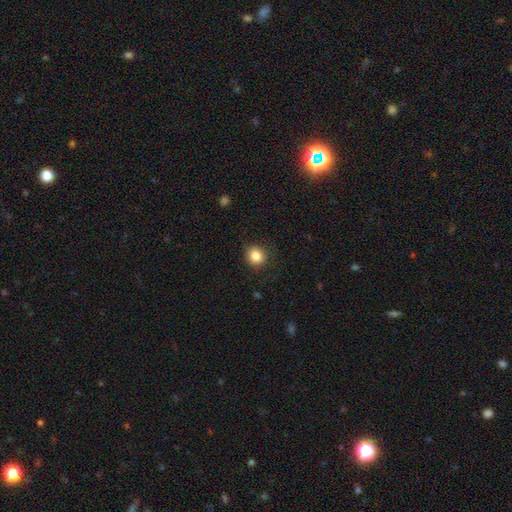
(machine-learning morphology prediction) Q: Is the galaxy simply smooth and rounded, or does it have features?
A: smooth — 85%.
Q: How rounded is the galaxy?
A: round — 82%.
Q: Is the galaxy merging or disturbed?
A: none — 87%.